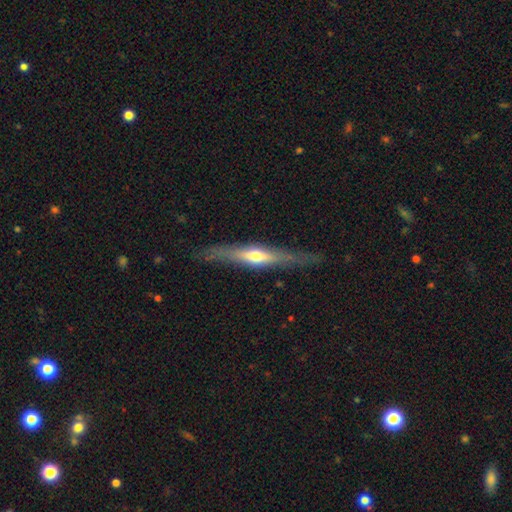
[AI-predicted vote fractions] Smooth or featured: featured or disk — 65% (smooth — 29%)
Edge-on disk: yes — 93% (no — 7%)
Edge-on bulge: rounded — 86% (none — 8%)
Merging: none — 80% (minor disturbance — 14%)